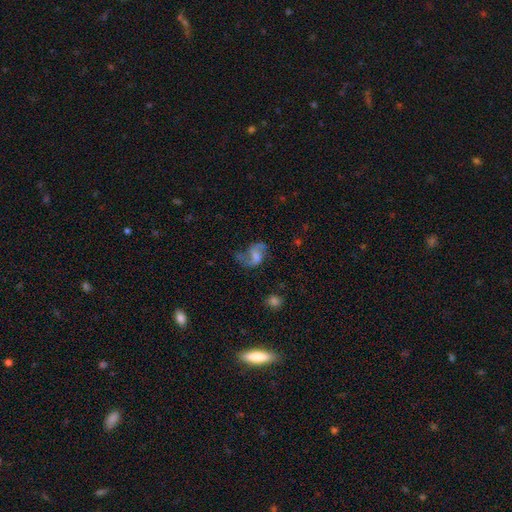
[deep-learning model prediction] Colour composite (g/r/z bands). It shows a featured or disk galaxy (61%) with a weak bar (44%), spiral arms (82%) and no central bulge (35%). Merging: none (39%).